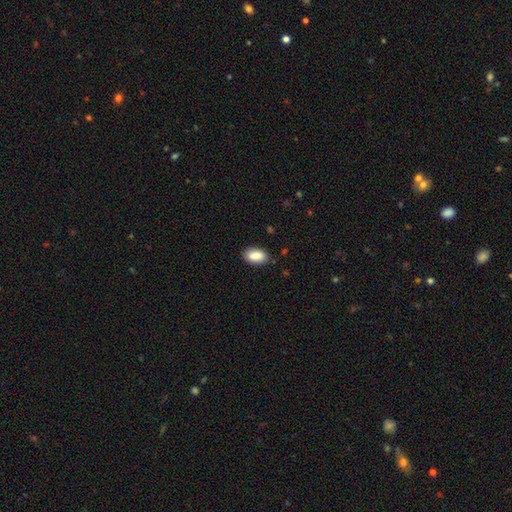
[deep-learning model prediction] Q: Smooth or featured?
A: smooth (89%); runner-up: star or artifact (7%)
Q: How rounded?
A: in between (93%); runner-up: round (4%)
Q: Merging?
A: none (85%); runner-up: minor disturbance (11%)